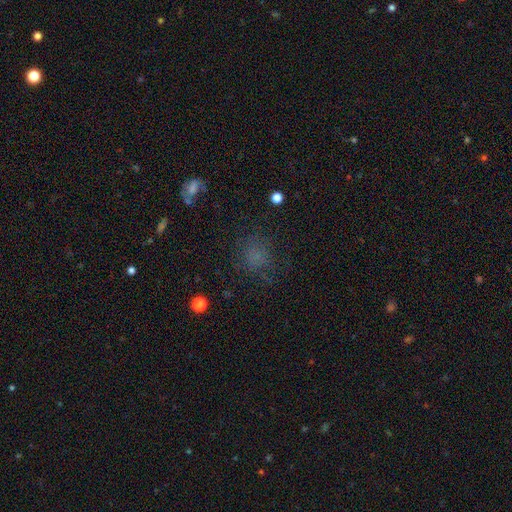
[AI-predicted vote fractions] This is likely a smooth galaxy (65%). How rounded: likely round (74%). Merging: likely none (69%).